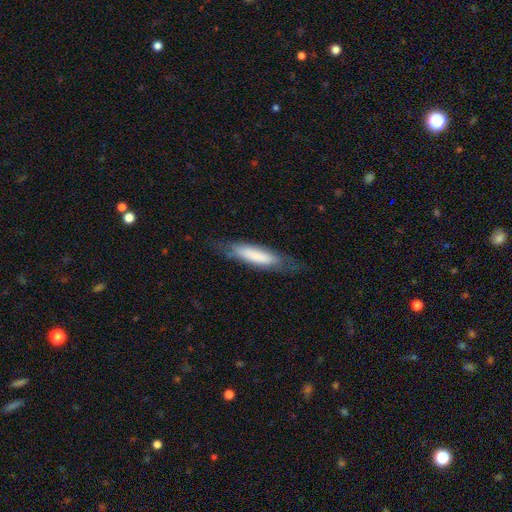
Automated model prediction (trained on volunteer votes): Morphology: type=smooth (71%); roundness=cigar-shaped (74%); merging=none (74%).